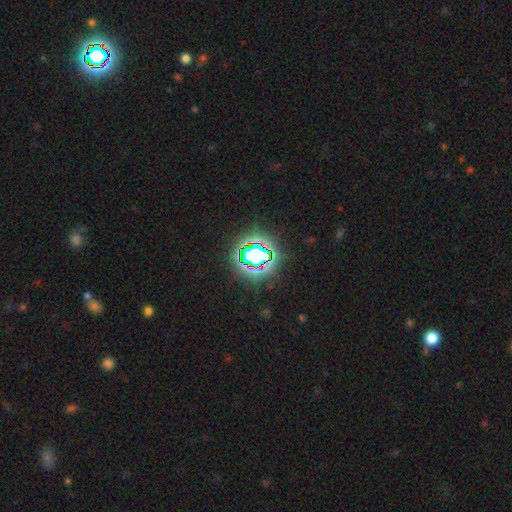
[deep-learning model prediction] Morphology: type=star or artifact (67%).